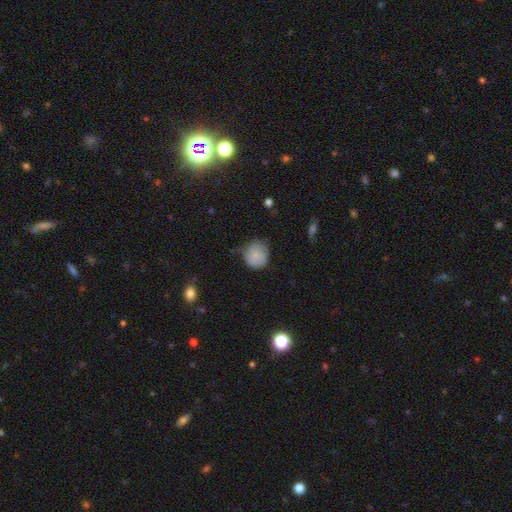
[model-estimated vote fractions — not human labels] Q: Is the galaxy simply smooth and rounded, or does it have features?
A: smooth — 80%.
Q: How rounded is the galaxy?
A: round — 84%.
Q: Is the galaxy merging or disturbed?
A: none — 53%.